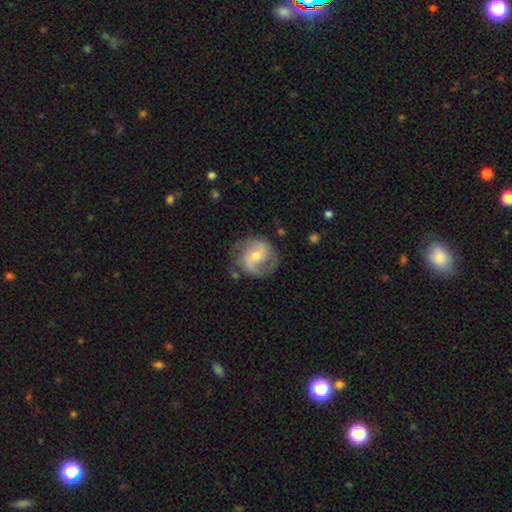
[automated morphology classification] Overall: featured or disk (74%). Edge-on disk: no (98%). Bar: weak (49%; no 35%). Spiral arms: yes (89%). Spiral arm count: 2 (78%). Spiral winding: medium (48%; tight 26%). Bulge size: moderate (57%; small 38%). Merging: none (69%).